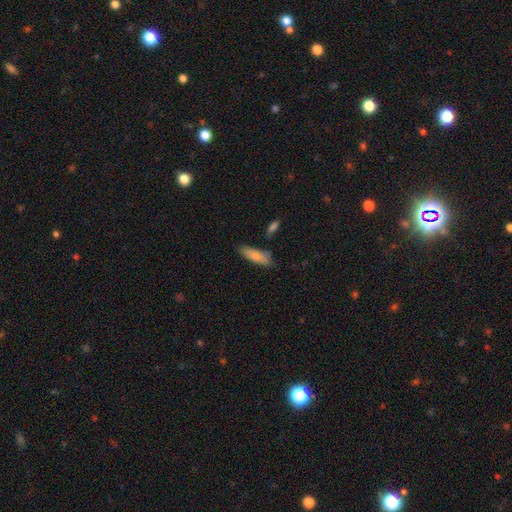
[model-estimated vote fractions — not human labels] Smooth or featured?
  - smooth: 82% *
  - featured or disk: 12%
  - star or artifact: 6%
How rounded?
  - in between: 53% *
  - cigar-shaped: 45%
  - round: 2%
Merging?
  - none: 71% *
  - minor disturbance: 19%
  - merger: 6%
  - major disturbance: 4%